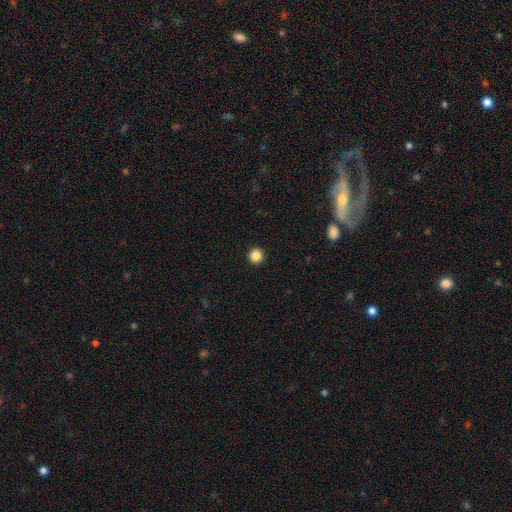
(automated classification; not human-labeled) This appears to be a smooth galaxy with no disk features (86%) that is round (96%). Merging: none (94%).